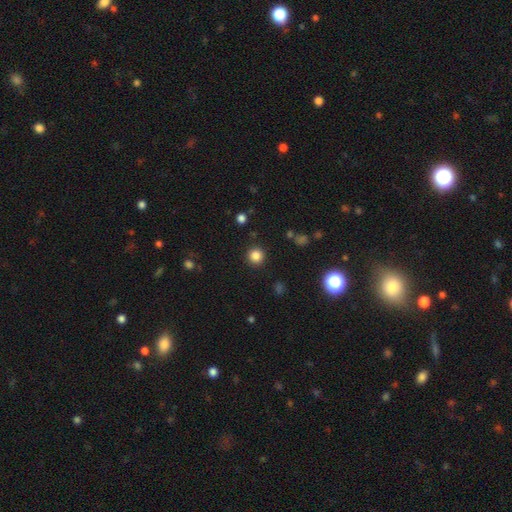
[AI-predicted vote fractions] Overall: smooth (83%). How rounded: round (94%). Merging: none (91%).